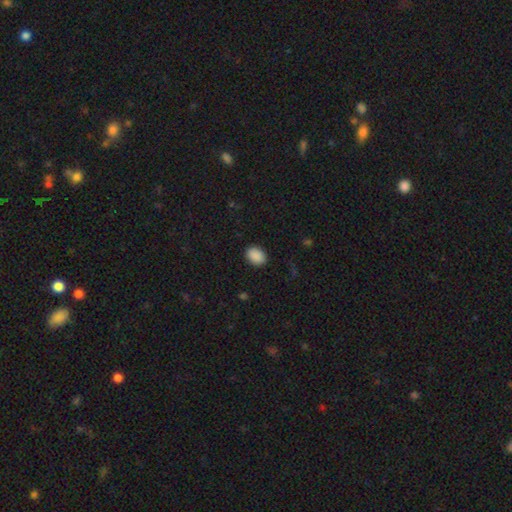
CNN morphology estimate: Smooth or featured?
  - smooth: 90% *
  - star or artifact: 8%
  - featured or disk: 3%
How rounded?
  - in between: 71% *
  - round: 28%
  - cigar-shaped: 1%
Merging?
  - none: 89% *
  - minor disturbance: 8%
  - major disturbance: 2%
  - merger: 1%